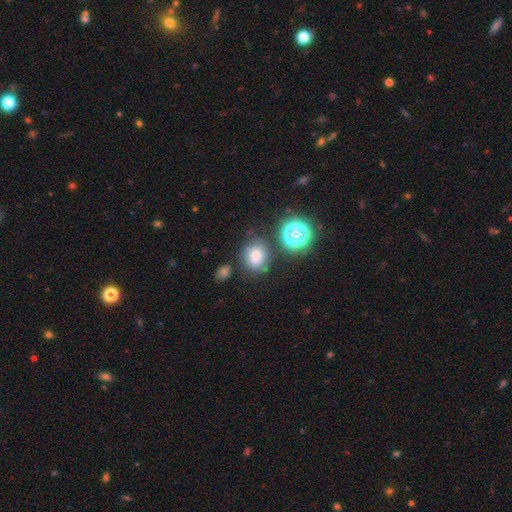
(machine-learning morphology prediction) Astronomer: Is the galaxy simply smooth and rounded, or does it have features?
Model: smooth — 65%.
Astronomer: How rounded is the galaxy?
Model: round — 68%.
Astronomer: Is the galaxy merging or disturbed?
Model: none — 69%.